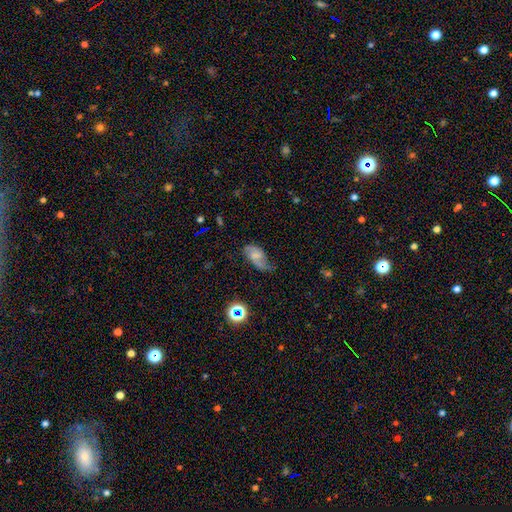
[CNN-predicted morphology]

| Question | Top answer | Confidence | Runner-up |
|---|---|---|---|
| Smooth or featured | featured or disk | 56% | smooth (33%) |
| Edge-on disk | no | 96% | yes (4%) |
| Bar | weak | 46% | no (39%) |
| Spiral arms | yes | 88% | no (12%) |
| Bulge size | none | 39% | small (32%) |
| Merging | none | 47% | minor disturbance (32%) |